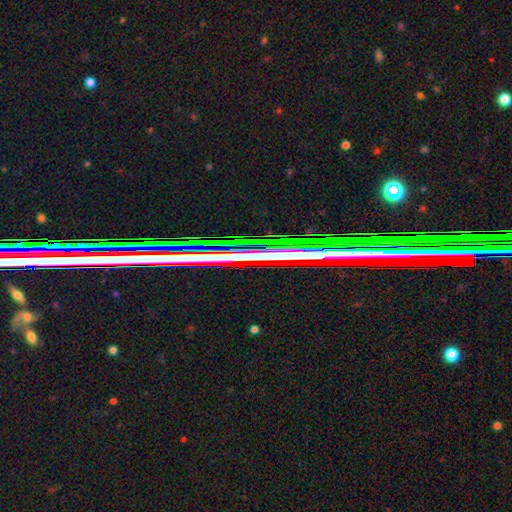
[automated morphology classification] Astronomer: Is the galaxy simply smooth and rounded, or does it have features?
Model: star or artifact — 72%.